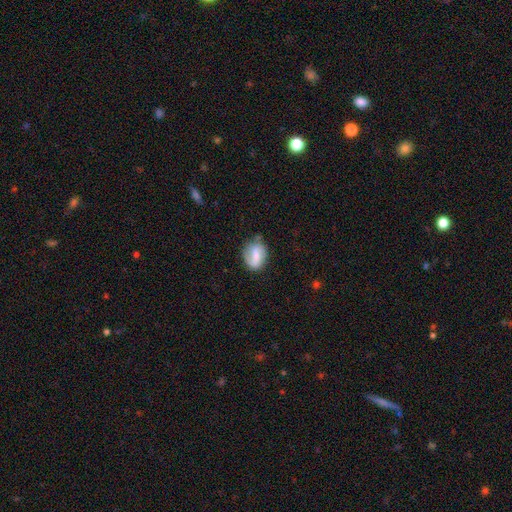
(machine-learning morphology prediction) Smooth or featured?
  - smooth: 52% *
  - featured or disk: 40%
  - star or artifact: 8%
How rounded?
  - in between: 60% *
  - round: 37%
  - cigar-shaped: 2%
Merging?
  - none: 65% *
  - minor disturbance: 24%
  - major disturbance: 8%
  - merger: 3%